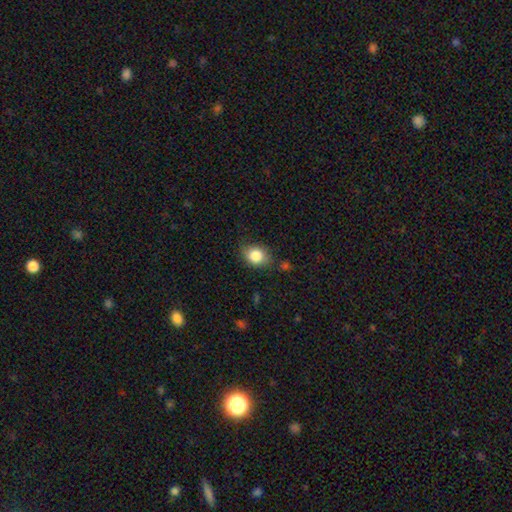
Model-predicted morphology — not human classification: The model was most divided on "how rounded": round: 57%, in between: 42%, cigar-shaped: 1%. More confident: smooth or featured — smooth (83%); merging — none (67%).